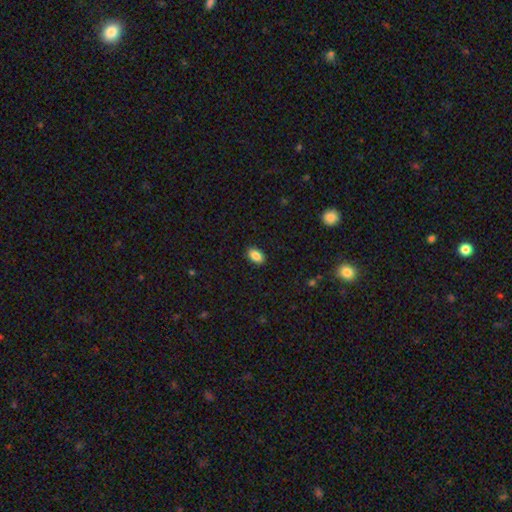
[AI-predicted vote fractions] A smooth galaxy with no disk features (87%) that is in between round and cigar-shaped (89%).

Vote fractions:
- Smooth or featured? smooth: 87% / star or artifact: 8% / featured or disk: 5%
- How rounded? in between: 89% / round: 9% / cigar-shaped: 2%
- Merging? none: 90% / minor disturbance: 7% / major disturbance: 2% / merger: 1%